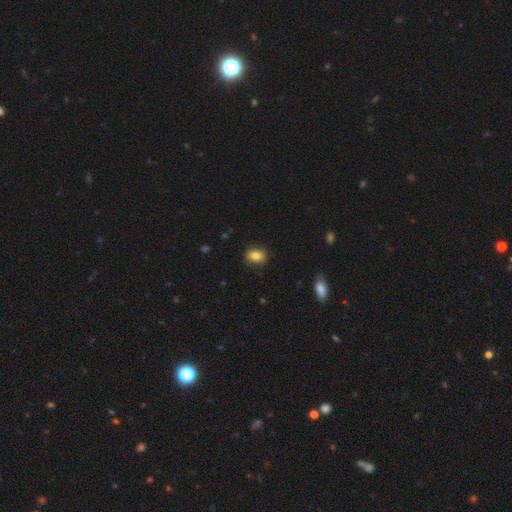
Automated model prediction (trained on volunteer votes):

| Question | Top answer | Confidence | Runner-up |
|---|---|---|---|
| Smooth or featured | smooth | 83% | star or artifact (9%) |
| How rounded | in between | 63% | round (35%) |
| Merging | none | 85% | minor disturbance (12%) |